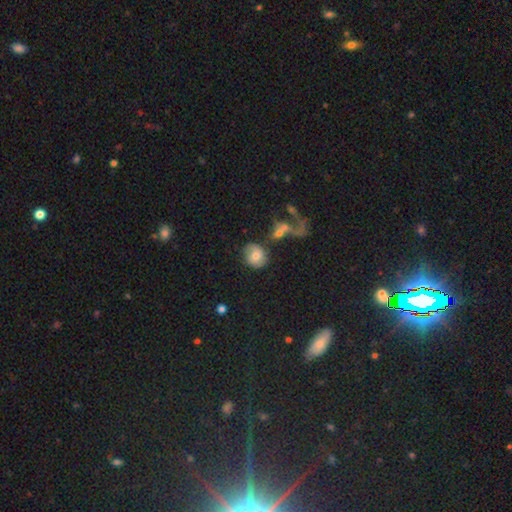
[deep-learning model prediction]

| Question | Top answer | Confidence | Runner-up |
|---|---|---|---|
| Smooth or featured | smooth | 64% | featured or disk (27%) |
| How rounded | round | 73% | in between (25%) |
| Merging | none | 59% | minor disturbance (17%) |